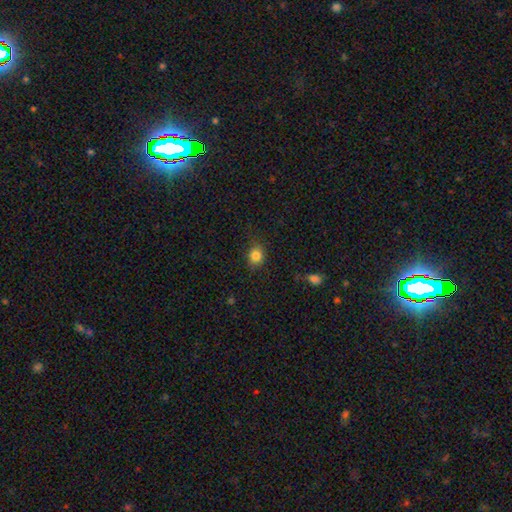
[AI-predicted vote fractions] Morphology: type=smooth (83%); roundness=round (67%); merging=none (79%).